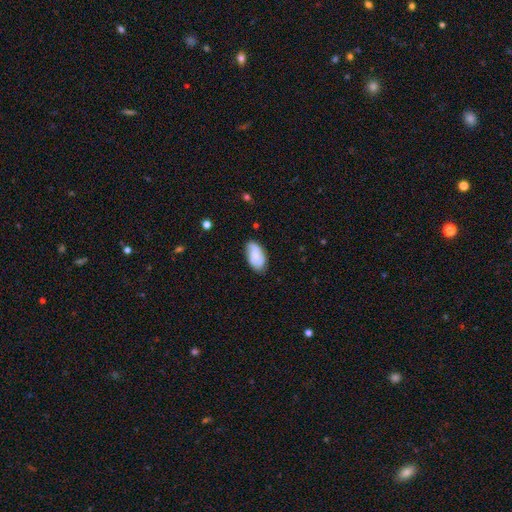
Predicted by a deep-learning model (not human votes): This appears to be a smooth galaxy with no disk features (76%) that is in between round and cigar-shaped (94%). Merging: none (73%).